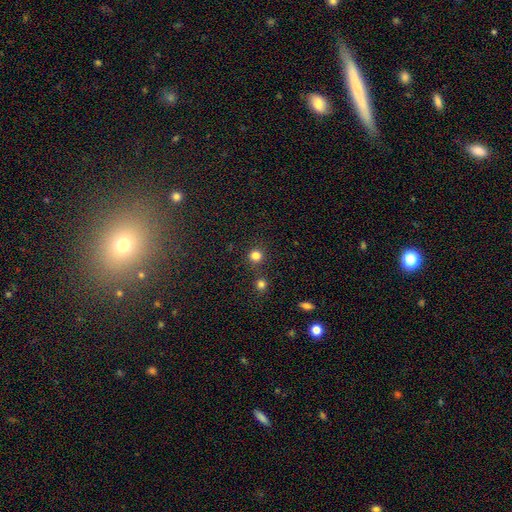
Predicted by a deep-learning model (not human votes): Smooth or featured?
  - smooth: 80% *
  - star or artifact: 15%
  - featured or disk: 4%
How rounded?
  - round: 93% *
  - in between: 6%
  - cigar-shaped: 1%
Merging?
  - none: 80% *
  - merger: 10%
  - minor disturbance: 7%
  - major disturbance: 3%